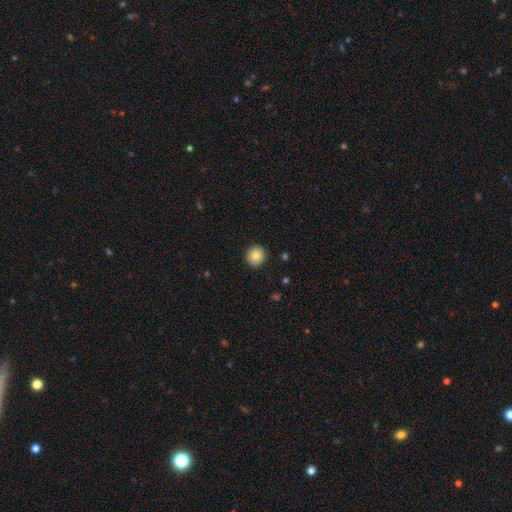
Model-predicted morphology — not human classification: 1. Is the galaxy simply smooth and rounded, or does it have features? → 81% smooth, 11% featured or disk, 9% star or artifact.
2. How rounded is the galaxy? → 94% round, 5% in between, 1% cigar-shaped.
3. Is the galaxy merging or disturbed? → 92% none, 6% minor disturbance, 2% major disturbance, 1% merger.